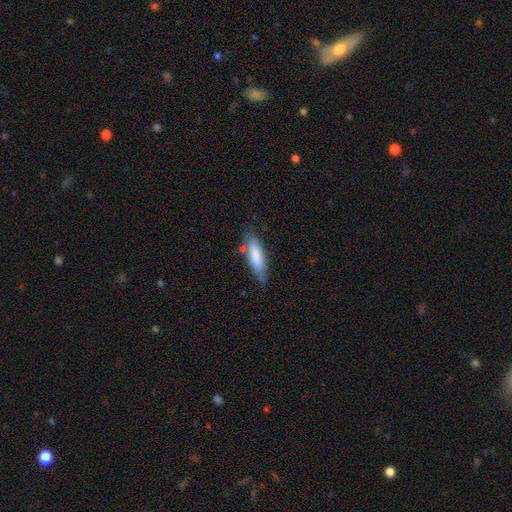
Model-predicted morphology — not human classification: smooth 79%, featured or disk 16%, star or artifact 6%. Down the decision tree: how rounded — cigar-shaped (58%); merging — none (70%).